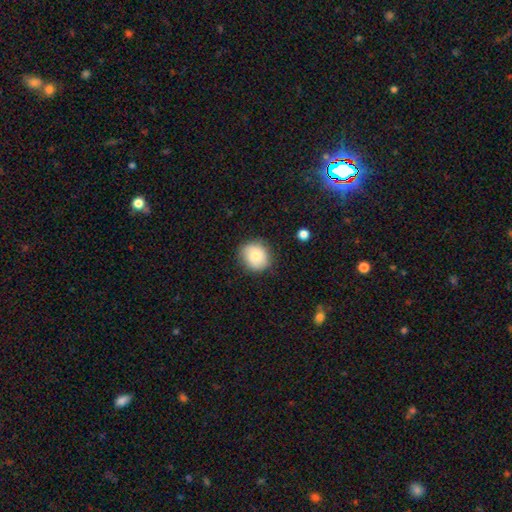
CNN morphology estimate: Smooth or featured? smooth (80%)
How rounded? round (75%)
Merging? none (82%)